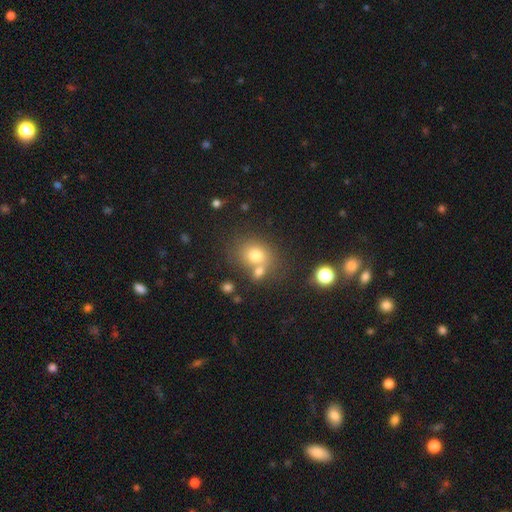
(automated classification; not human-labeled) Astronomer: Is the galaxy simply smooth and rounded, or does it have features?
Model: smooth — 74%.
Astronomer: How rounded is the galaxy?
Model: round — 60% (runner-up: in between, 39%).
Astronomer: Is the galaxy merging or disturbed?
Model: none — 51% (runner-up: merger, 33%).